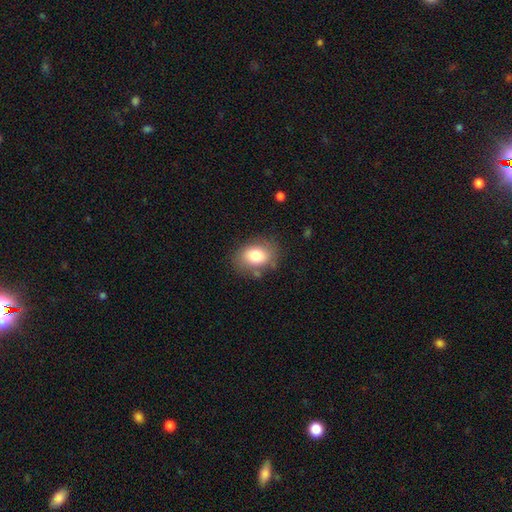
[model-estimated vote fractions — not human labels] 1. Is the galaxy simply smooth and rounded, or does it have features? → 79% smooth, 12% featured or disk, 9% star or artifact.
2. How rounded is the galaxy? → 70% in between, 29% round, 1% cigar-shaped.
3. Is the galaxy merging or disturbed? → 76% none, 16% minor disturbance, 5% major disturbance, 3% merger.